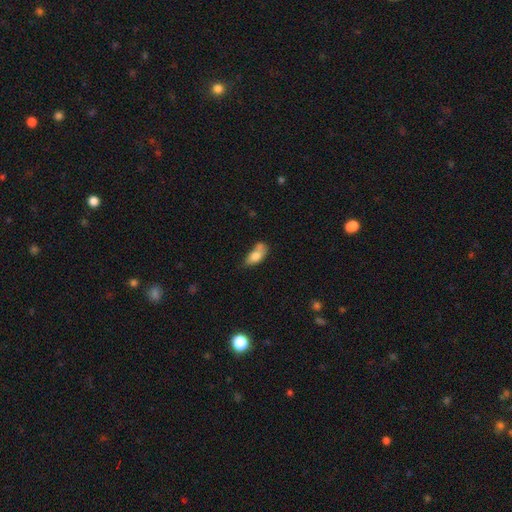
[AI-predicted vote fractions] Smooth or featured? smooth (75%)
How rounded? in between (86%)
Merging? none (34%)